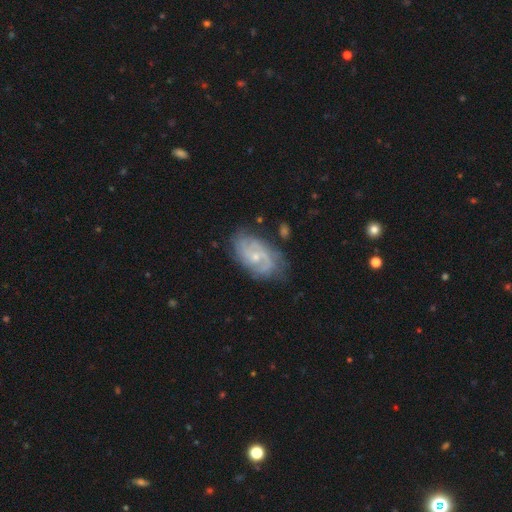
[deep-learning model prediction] A featured or disk galaxy (80%) with no bar (62%), 2 (46%) tight (49%) spiral arms (93%) and a small central bulge (65%).

Vote fractions:
- Smooth or featured? featured or disk: 80% / smooth: 12% / star or artifact: 7%
- Edge-on disk? no: 96% / yes: 4%
- Bar? no: 62% / weak: 33% / strong: 5%
- Spiral arms? yes: 93% / no: 7%
- Spiral winding? tight: 49% / medium: 39% / loose: 12%
- Spiral arm count? 2: 46% / can't tell: 25% / 3: 16% / 4: 5% / 1: 4% / more than 4: 4%
- Bulge size? small: 65% / moderate: 31% / none: 2% / large: 1% / dominant: 1%
- Merging? none: 70% / minor disturbance: 21% / major disturbance: 7% / merger: 3%